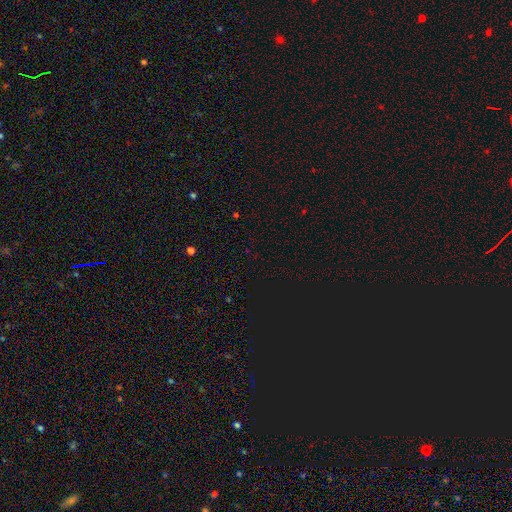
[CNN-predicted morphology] Q: Smooth or featured?
A: star or artifact (73%); runner-up: smooth (21%)